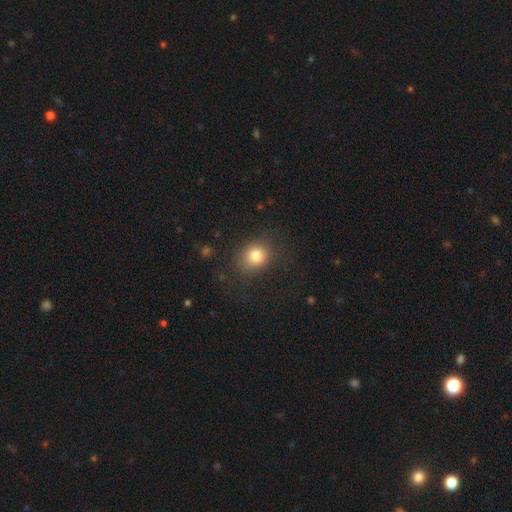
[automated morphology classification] Overall: smooth (81%). How rounded: round (67%; in between 32%). Merging: none (78%).